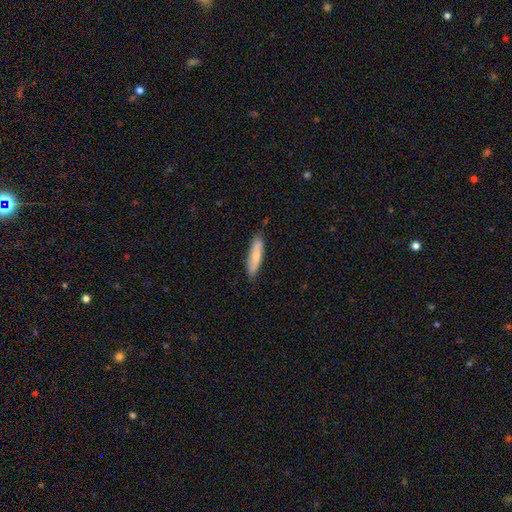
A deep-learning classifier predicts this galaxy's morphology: Smooth or featured: smooth — 70% (featured or disk — 24%)
How rounded: cigar-shaped — 73% (in between — 26%)
Merging: none — 81% (minor disturbance — 15%)